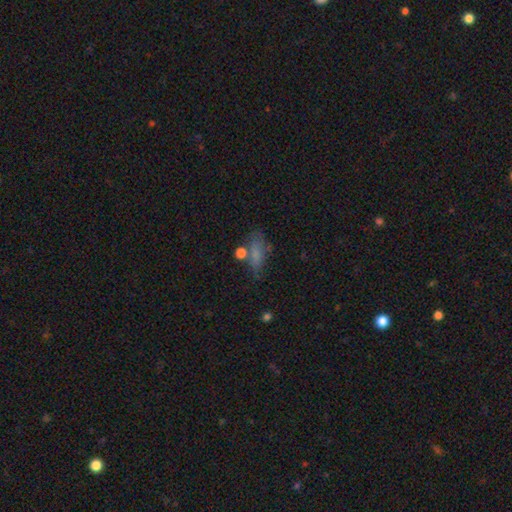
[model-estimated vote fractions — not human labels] Smooth or featured? smooth (61%)
How rounded? in between (63%)
Merging? none (58%)